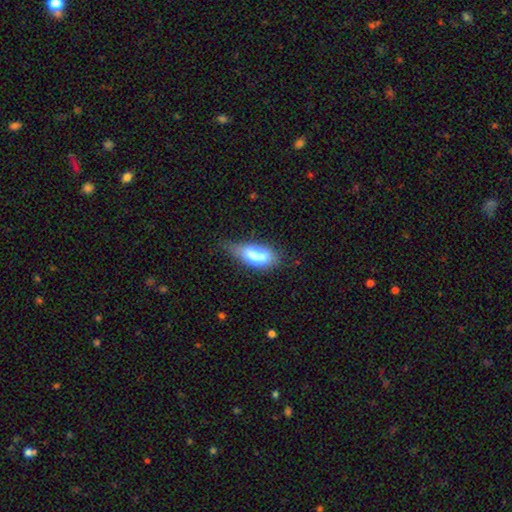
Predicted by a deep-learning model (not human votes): Overall: smooth (71%). How rounded: in between (82%). Merging: minor disturbance (34%; none 31%).